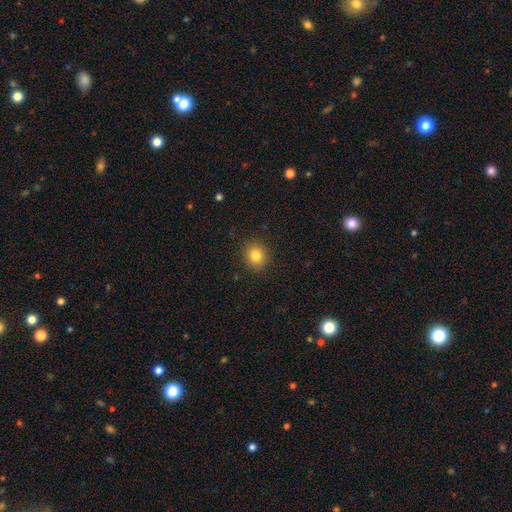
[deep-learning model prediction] Q: Smooth or featured?
A: smooth (81%); runner-up: star or artifact (12%)
Q: How rounded?
A: round (83%); runner-up: in between (16%)
Q: Merging?
A: none (90%); runner-up: minor disturbance (7%)